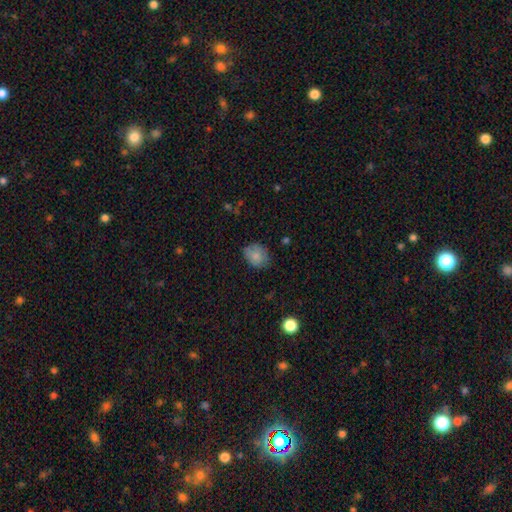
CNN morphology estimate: Smooth or featured?
  - smooth: 84% *
  - star or artifact: 8%
  - featured or disk: 8%
How rounded?
  - in between: 51% *
  - round: 48%
  - cigar-shaped: 1%
Merging?
  - none: 71% *
  - minor disturbance: 22%
  - major disturbance: 5%
  - merger: 1%